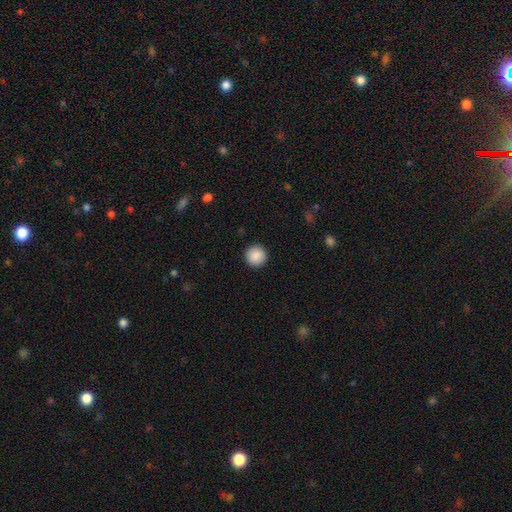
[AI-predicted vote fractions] Overall: smooth (89%). How rounded: round (95%). Merging: none (93%).